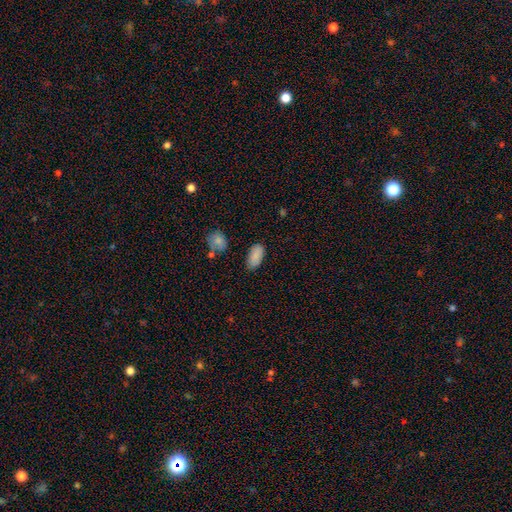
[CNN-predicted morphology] Smooth or featured: smooth — 87% (star or artifact — 7%)
How rounded: in between — 94% (cigar-shaped — 3%)
Merging: none — 82% (minor disturbance — 13%)